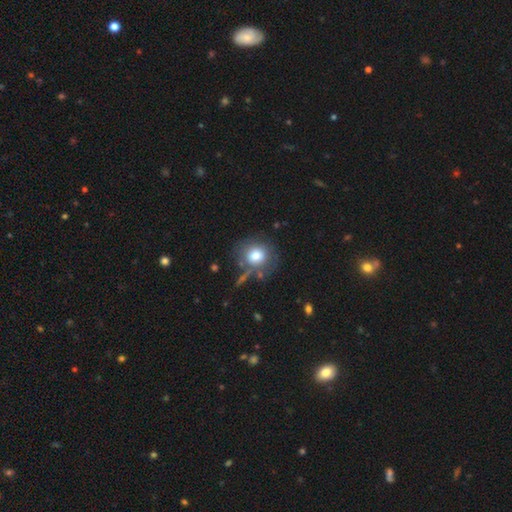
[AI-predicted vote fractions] Smooth or featured?
  - smooth: 77% *
  - featured or disk: 13%
  - star or artifact: 10%
How rounded?
  - round: 80% *
  - in between: 19%
  - cigar-shaped: 1%
Merging?
  - none: 65% *
  - minor disturbance: 17%
  - merger: 9%
  - major disturbance: 9%